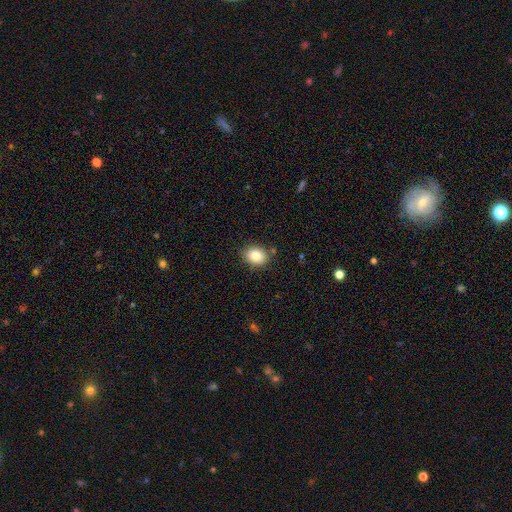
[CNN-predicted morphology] smooth-or-featured: smooth: 85% | star or artifact: 9% | featured or disk: 6%
  how-rounded: in between: 54% | round: 45% | cigar-shaped: 1%
  merging: none: 86% | minor disturbance: 10% | major disturbance: 3% | merger: 2%